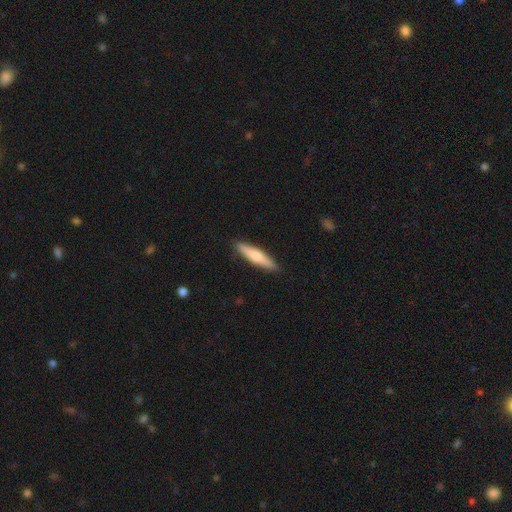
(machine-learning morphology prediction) Smooth or featured? smooth (64%)
How rounded? cigar-shaped (85%)
Merging? none (90%)